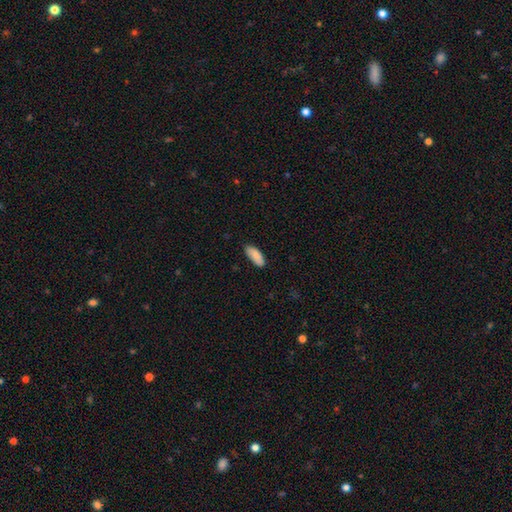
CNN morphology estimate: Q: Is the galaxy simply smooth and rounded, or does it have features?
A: smooth — 87%.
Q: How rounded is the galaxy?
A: in between — 80%.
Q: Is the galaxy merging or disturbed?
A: none — 81%.